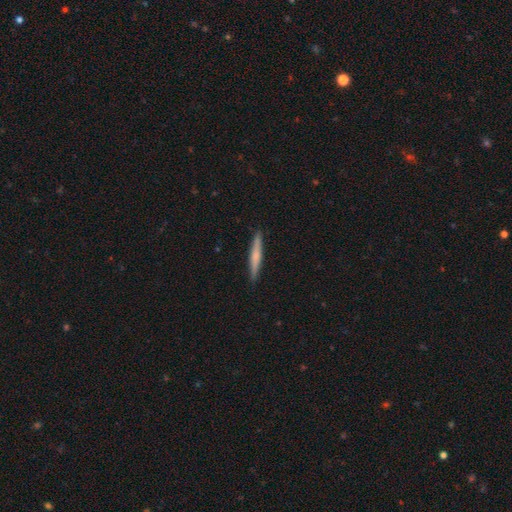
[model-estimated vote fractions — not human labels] Q: Smooth or featured?
A: smooth (53%); runner-up: featured or disk (41%)
Q: How rounded?
A: cigar-shaped (95%); runner-up: in between (3%)
Q: Merging?
A: none (91%); runner-up: minor disturbance (6%)